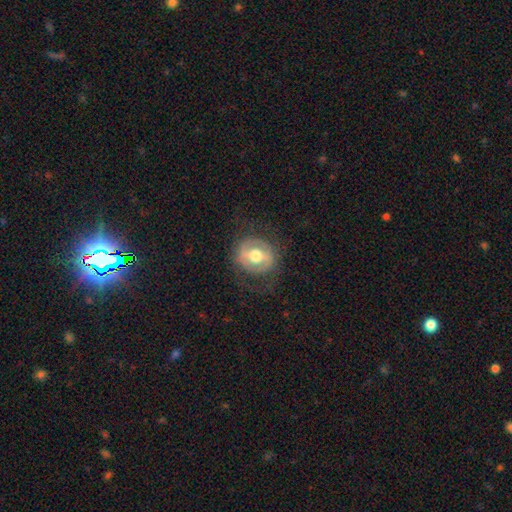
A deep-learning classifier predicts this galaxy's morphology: type=featured or disk (60%); edge-on=no (94%); bar=weak (36%, tied with strong); spiral arms=no (64%); bulge=moderate (66%); merging=none (72%).